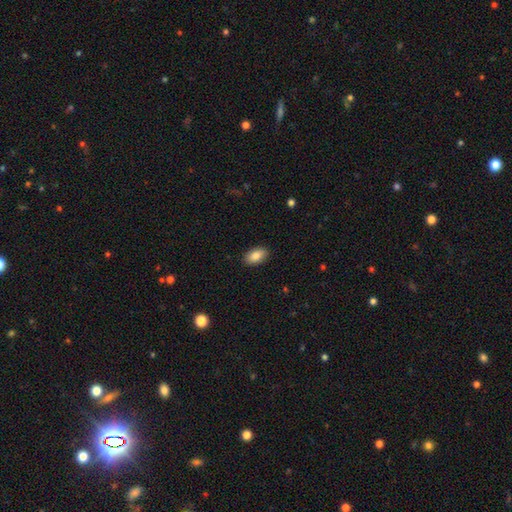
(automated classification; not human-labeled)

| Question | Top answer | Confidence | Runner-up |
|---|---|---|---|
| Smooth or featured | smooth | 85% | featured or disk (8%) |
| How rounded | in between | 93% | round (4%) |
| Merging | none | 90% | minor disturbance (8%) |